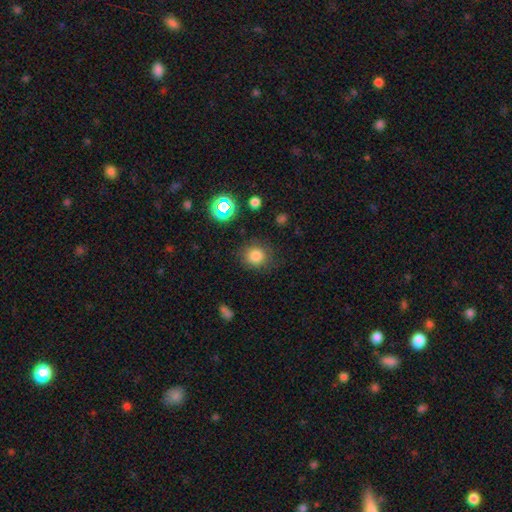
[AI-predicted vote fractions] smooth-or-featured: smooth: 80% | star or artifact: 15% | featured or disk: 6%
  how-rounded: round: 87% | in between: 12% | cigar-shaped: 1%
  merging: none: 82% | minor disturbance: 11% | major disturbance: 5% | merger: 2%